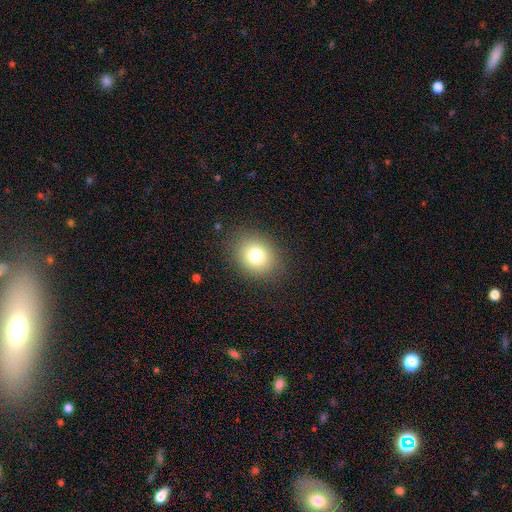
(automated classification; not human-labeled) Q: Smooth or featured?
A: smooth (78%); runner-up: star or artifact (13%)
Q: How rounded?
A: round (59%); runner-up: in between (40%)
Q: Merging?
A: none (87%); runner-up: minor disturbance (9%)